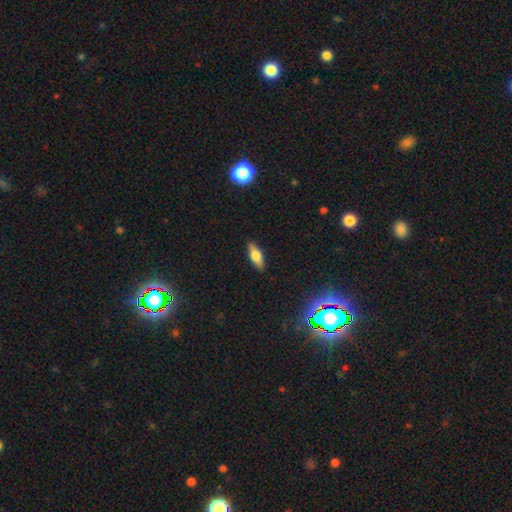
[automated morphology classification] This is likely a smooth galaxy (66%). How rounded: likely in between (67%). Merging: clearly none (88%).